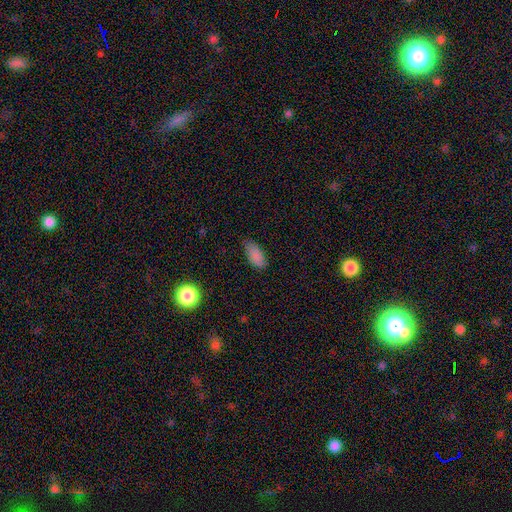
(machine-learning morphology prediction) A smooth galaxy with no disk features (85%) that is in between round and cigar-shaped (88%). Merging: none (73%).